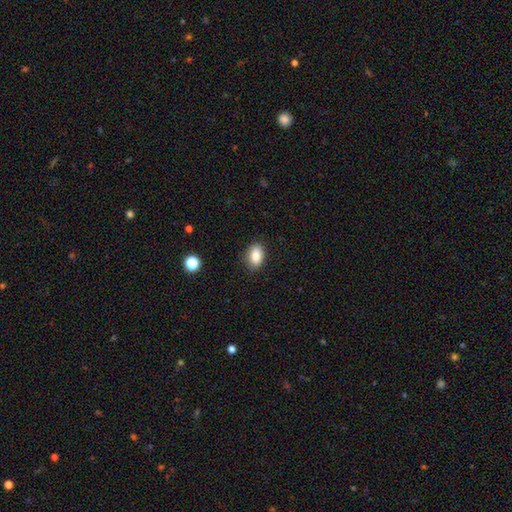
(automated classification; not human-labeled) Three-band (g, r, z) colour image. It shows a smooth galaxy with no disk features (86%) that is in between round and cigar-shaped (86%). Merging: none (86%).